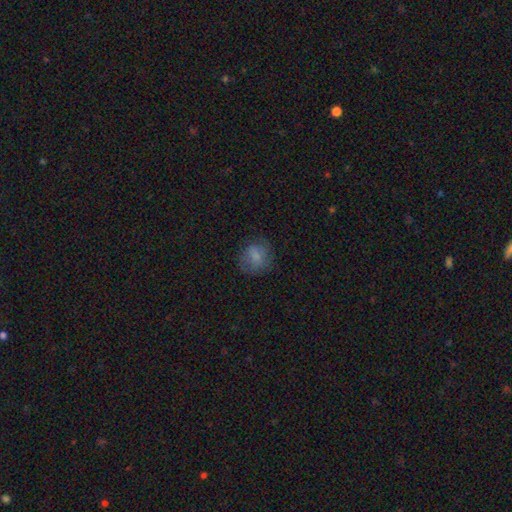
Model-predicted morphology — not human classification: smooth_or_featured: smooth (p=0.71) [alt: featured or disk p=0.19]
how_rounded: round (p=0.73) [alt: in between p=0.26]
merging: none (p=0.68) [alt: minor disturbance p=0.20]